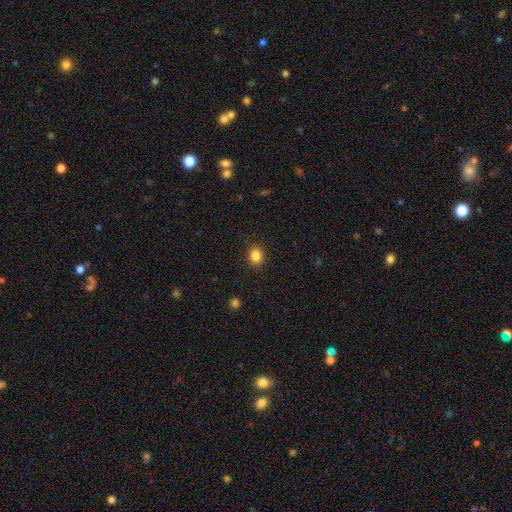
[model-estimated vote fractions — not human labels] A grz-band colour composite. It shows a smooth galaxy with no disk features (85%) that is round (61%). Merging: none (89%).